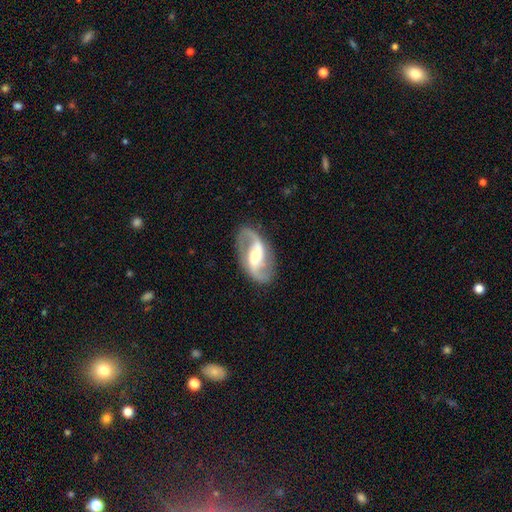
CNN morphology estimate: Smooth or featured?
  - featured or disk: 89% *
  - smooth: 7%
  - star or artifact: 5%
Edge-on disk?
  - no: 97% *
  - yes: 3%
Bar?
  - weak: 43% *
  - strong: 37%
  - no: 20%
Spiral arms?
  - yes: 97% *
  - no: 3%
Spiral winding?
  - loose: 49% *
  - medium: 42%
  - tight: 9%
Spiral arm count?
  - 2: 94% *
  - can't tell: 2%
  - 1: 2%
  - 3: 1%
  - 4: 1%
  - more than 4: 1%
Bulge size?
  - moderate: 53% *
  - small: 23%
  - large: 18%
  - none: 4%
  - dominant: 2%
Merging?
  - none: 84% *
  - minor disturbance: 11%
  - major disturbance: 4%
  - merger: 1%